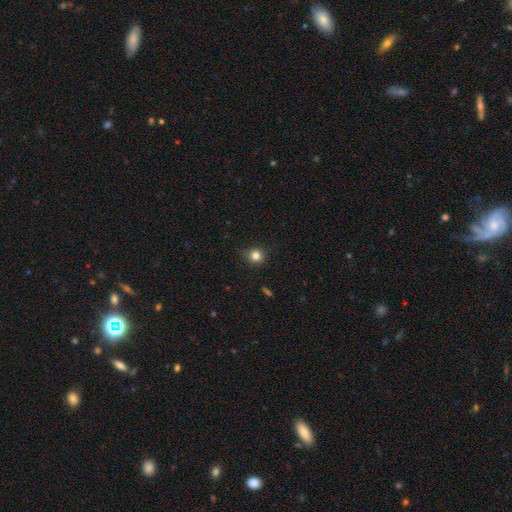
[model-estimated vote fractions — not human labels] Smooth or featured?
  - smooth: 81% *
  - star or artifact: 13%
  - featured or disk: 6%
How rounded?
  - round: 88% *
  - in between: 11%
  - cigar-shaped: 1%
Merging?
  - none: 78% *
  - minor disturbance: 18%
  - major disturbance: 4%
  - merger: 1%